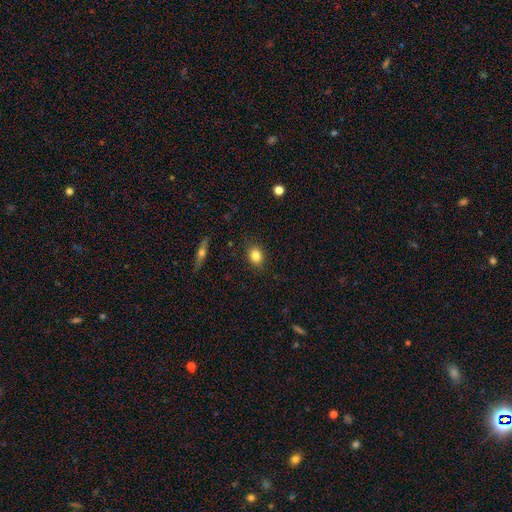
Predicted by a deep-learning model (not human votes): The model was most divided on "how rounded": in between: 50%, round: 48%, cigar-shaped: 2%. More confident: merging — none (88%); smooth or featured — smooth (82%).